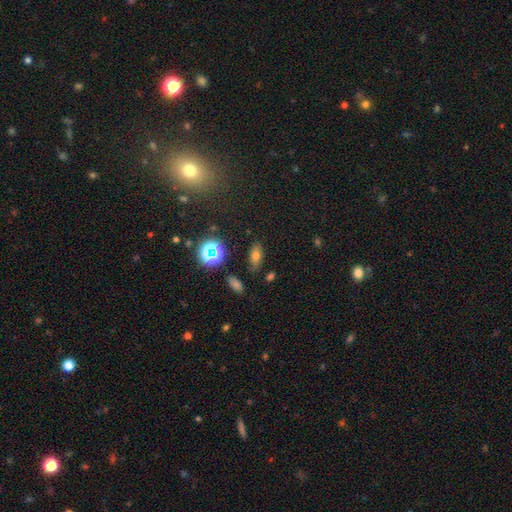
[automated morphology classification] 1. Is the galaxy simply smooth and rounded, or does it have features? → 65% smooth, 21% star or artifact, 14% featured or disk.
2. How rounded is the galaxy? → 80% in between, 10% cigar-shaped, 10% round.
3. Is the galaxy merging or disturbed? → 82% none, 12% minor disturbance, 3% major disturbance, 3% merger.